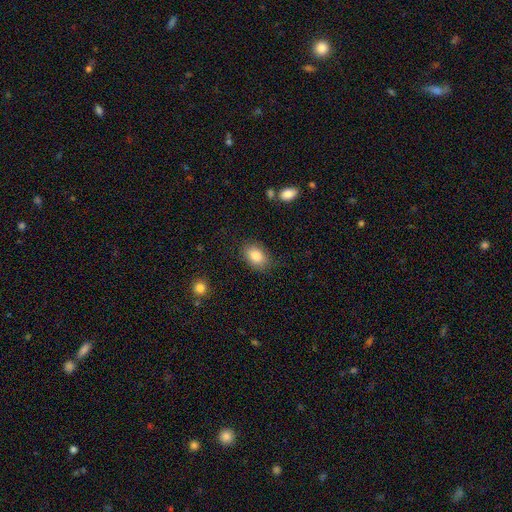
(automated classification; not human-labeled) The model was most divided on "how rounded": in between: 82%, round: 17%, cigar-shaped: 1%. More confident: smooth or featured — smooth (86%); merging — none (81%).